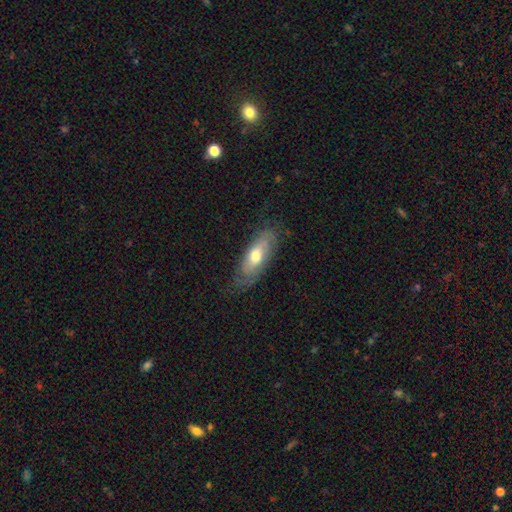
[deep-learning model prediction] This appears to be a featured or disk galaxy (49%). Merging: none (68%).